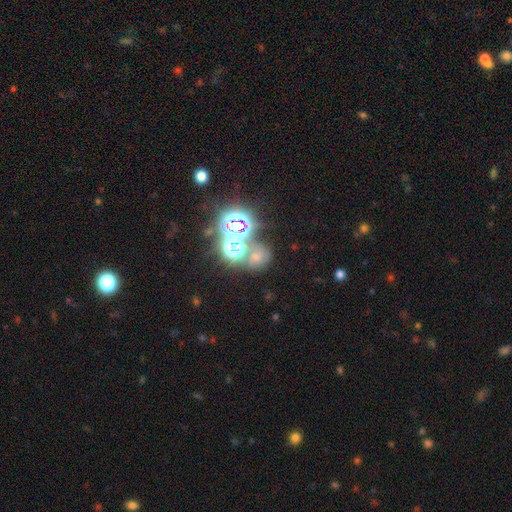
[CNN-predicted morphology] Smooth or featured? star or artifact (49%)